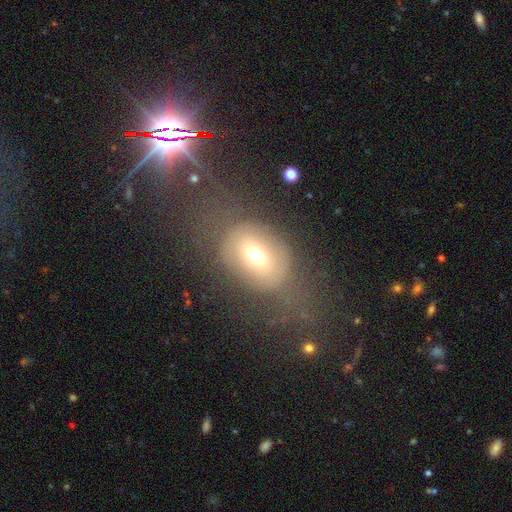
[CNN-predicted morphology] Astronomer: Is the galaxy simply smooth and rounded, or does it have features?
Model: smooth — 60%.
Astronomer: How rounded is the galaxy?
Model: in between — 70%.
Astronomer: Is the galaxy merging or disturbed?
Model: none — 51% (runner-up: major disturbance, 26%).